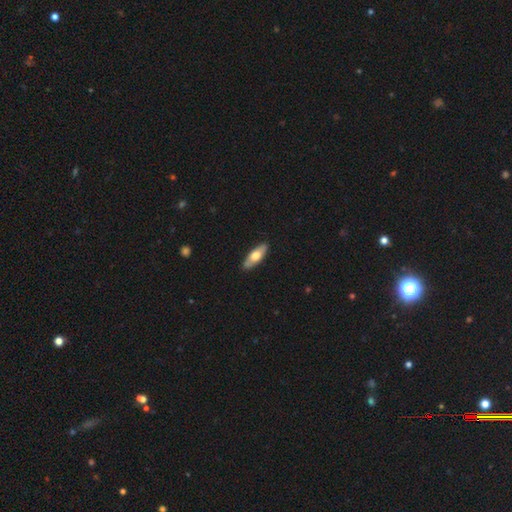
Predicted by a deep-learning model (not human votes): The model was most divided on "smooth or featured": smooth: 60%, featured or disk: 35%, star or artifact: 5%. More confident: merging — none (87%); how rounded — in between (64%).